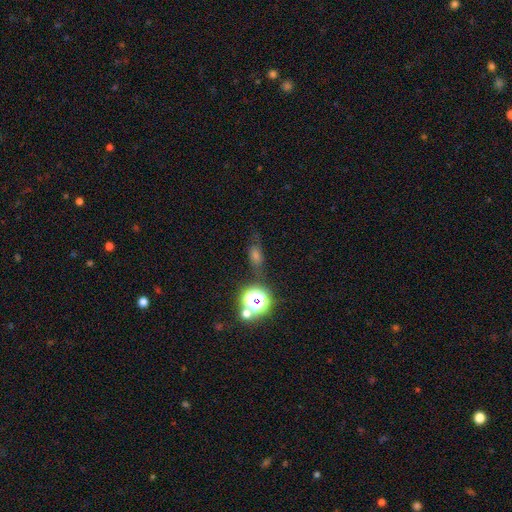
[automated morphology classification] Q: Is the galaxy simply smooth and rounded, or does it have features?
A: star or artifact — 42%.